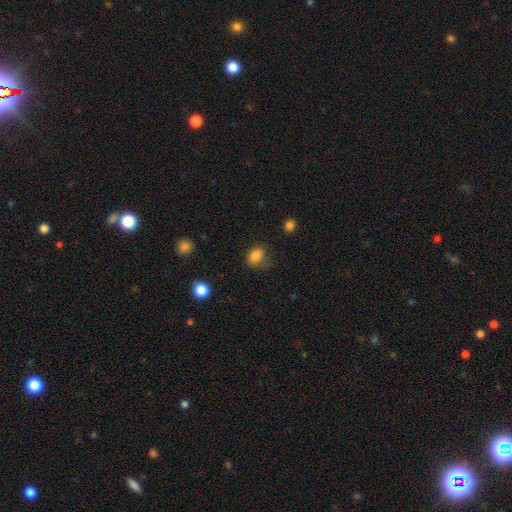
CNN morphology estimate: Smooth or featured? Predicted: smooth (p=0.84). How rounded? Predicted: in between (p=0.56). Merging? Predicted: none (p=0.61).